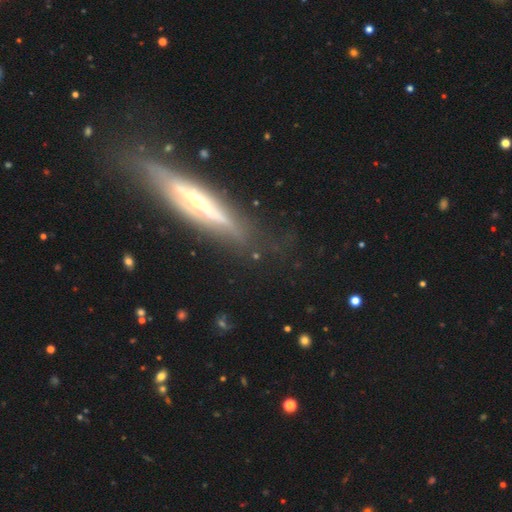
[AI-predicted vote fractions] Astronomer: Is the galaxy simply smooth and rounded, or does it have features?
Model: featured or disk — 75%.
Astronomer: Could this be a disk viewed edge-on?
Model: yes — 85%.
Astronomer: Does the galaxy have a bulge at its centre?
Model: rounded — 72%.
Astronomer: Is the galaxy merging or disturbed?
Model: none — 77%.